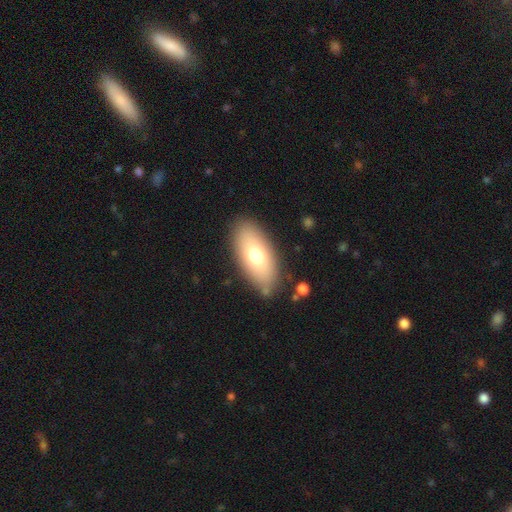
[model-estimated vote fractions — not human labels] Smooth or featured? smooth (71%)
How rounded? in between (90%)
Merging? none (83%)